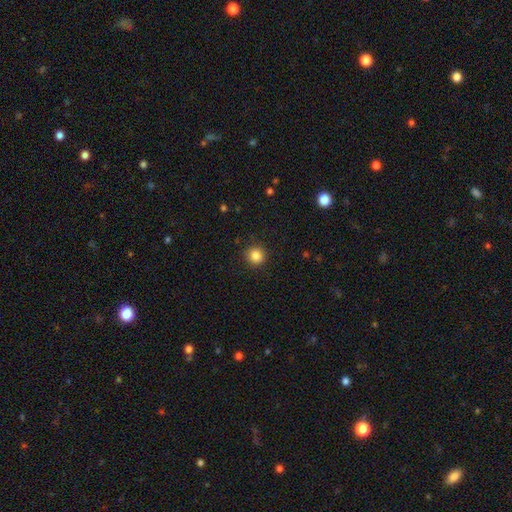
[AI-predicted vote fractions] A smooth galaxy with no disk features (85%) that is round (93%).

Vote fractions:
- Smooth or featured? smooth: 85% / star or artifact: 11% / featured or disk: 4%
- How rounded? round: 93% / in between: 6% / cigar-shaped: 1%
- Merging? none: 91% / minor disturbance: 6% / major disturbance: 2% / merger: 1%